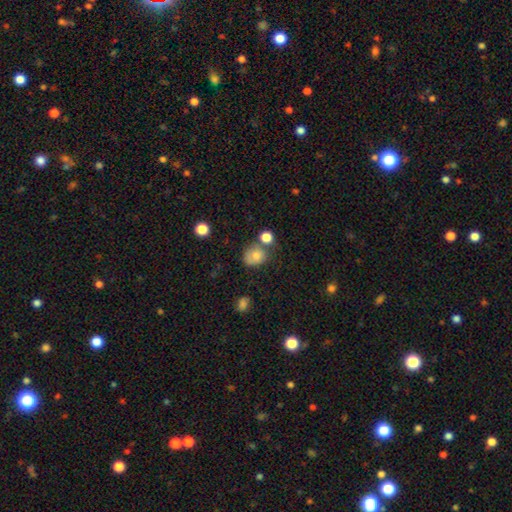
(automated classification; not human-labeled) smooth-or-featured: smooth: 77% | featured or disk: 12% | star or artifact: 11%
  how-rounded: round: 66% | in between: 33% | cigar-shaped: 1%
  merging: none: 52% | minor disturbance: 21% | merger: 19% | major disturbance: 8%